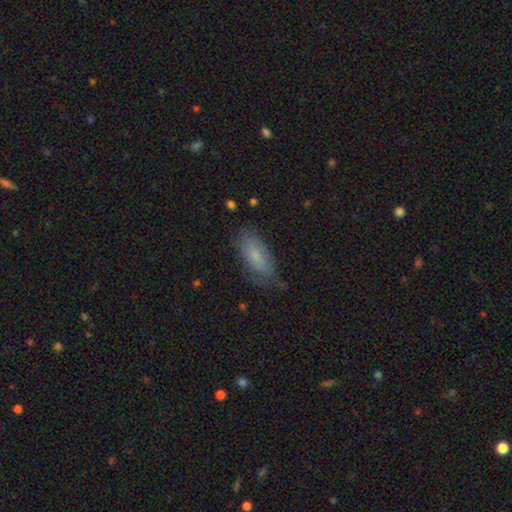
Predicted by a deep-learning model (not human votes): Overall: smooth (71%). How rounded: in between (84%). Merging: none (61%; minor disturbance 29%).